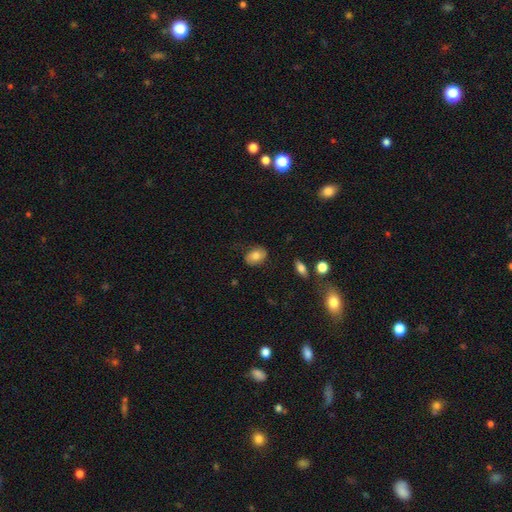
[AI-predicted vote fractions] This is likely a smooth galaxy (76%). How rounded: clearly in between (83%). Merging: likely none (77%).